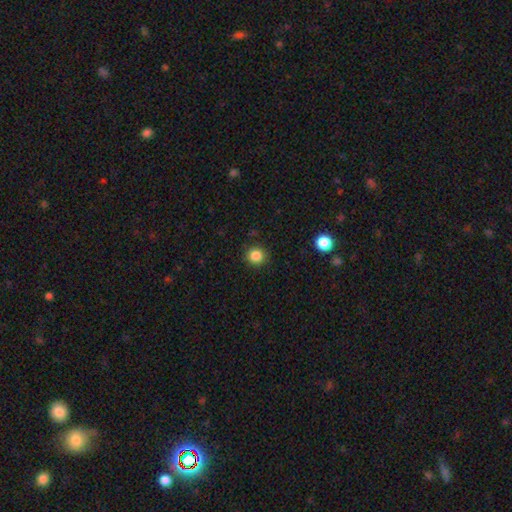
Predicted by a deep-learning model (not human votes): smooth_or_featured: smooth (p=0.85) [alt: star or artifact p=0.11]
how_rounded: round (p=0.90) [alt: in between p=0.09]
merging: none (p=0.89) [alt: minor disturbance p=0.07]